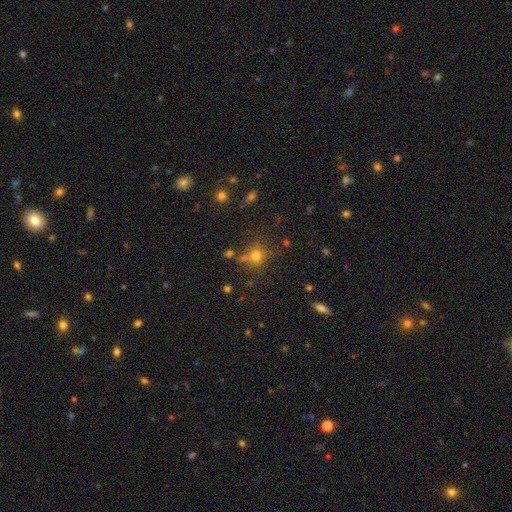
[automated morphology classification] A smooth galaxy with no disk features (70%) that is round (86%).

Vote fractions:
- Smooth or featured? smooth: 70% / star or artifact: 21% / featured or disk: 9%
- How rounded? round: 86% / in between: 13% / cigar-shaped: 1%
- Merging? none: 69% / merger: 13% / minor disturbance: 12% / major disturbance: 5%